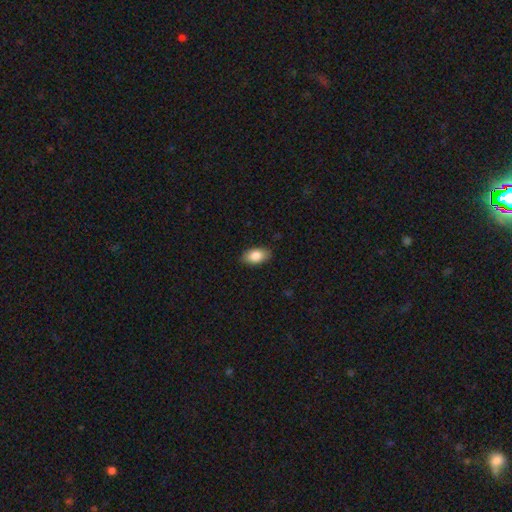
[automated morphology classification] Overall: smooth (84%). How rounded: in between (92%). Merging: none (87%).